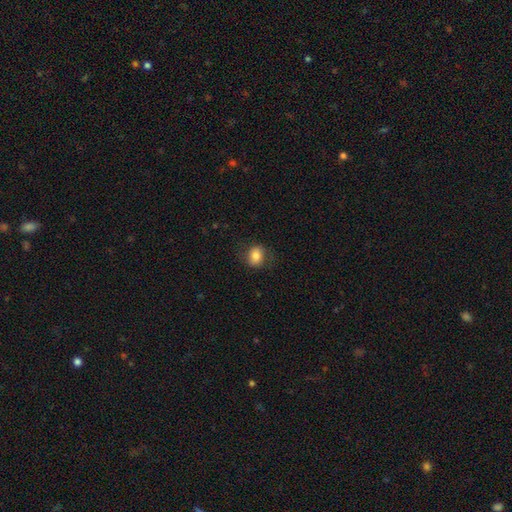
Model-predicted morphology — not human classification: The model was most divided on "how rounded": in between: 53%, round: 46%, cigar-shaped: 1%. More confident: smooth or featured — smooth (80%); merging — none (76%).